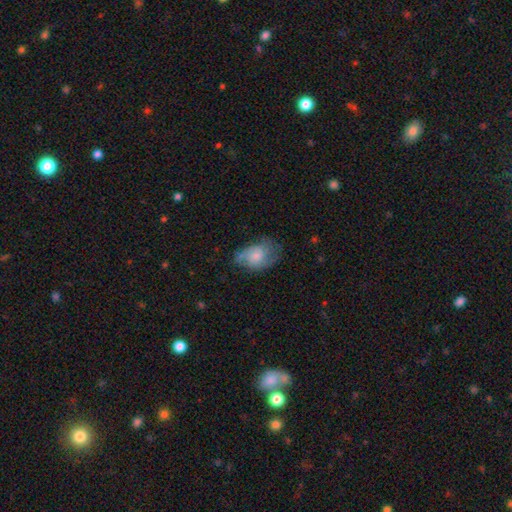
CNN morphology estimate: A smooth galaxy with no disk features (50%) that is in between round and cigar-shaped (78%). Merging: none (49%).